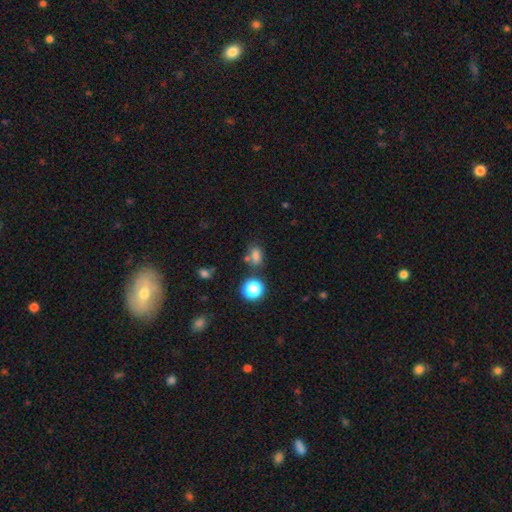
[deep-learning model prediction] Overall: smooth (74%). How rounded: in between (69%). Merging: none (62%).